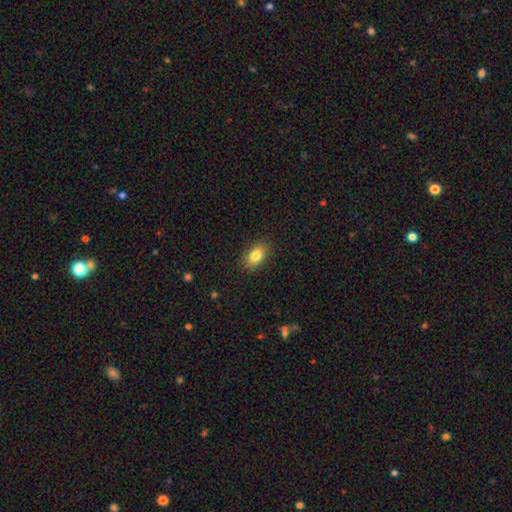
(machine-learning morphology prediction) The model was most divided on "how rounded": in between: 86%, round: 12%, cigar-shaped: 2%. More confident: merging — none (87%); smooth or featured — smooth (84%).